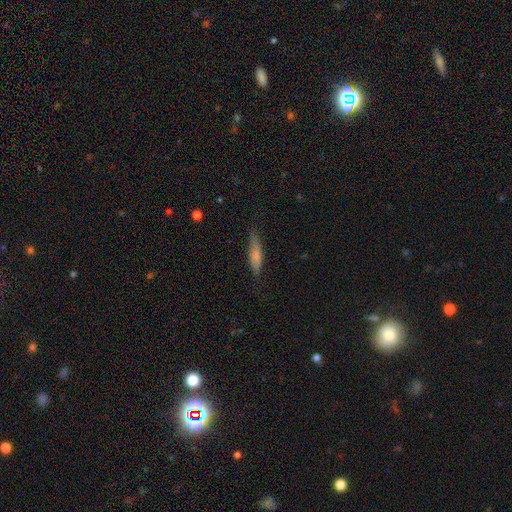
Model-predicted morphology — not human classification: smooth 72%, featured or disk 22%, star or artifact 7%. Down the decision tree: how rounded — cigar-shaped (78%); merging — none (74%).